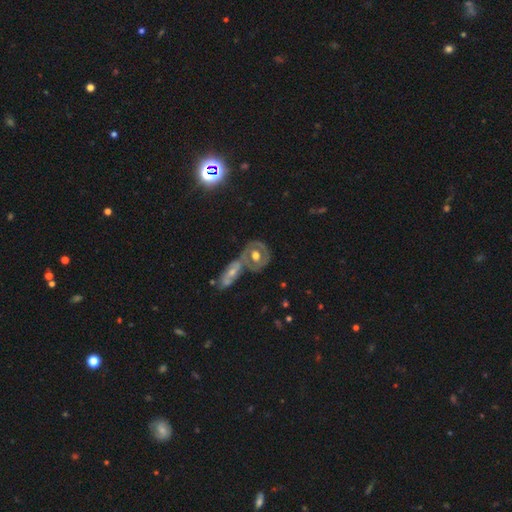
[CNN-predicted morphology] Smooth or featured: featured or disk — 61% (smooth — 32%)
Edge-on disk: no — 90% (yes — 10%)
Bar: no — 78% (weak — 16%)
Spiral arms: no — 67% (yes — 33%)
Bulge size: moderate — 68% (large — 22%)
Merging: none — 44% (merger — 39%)